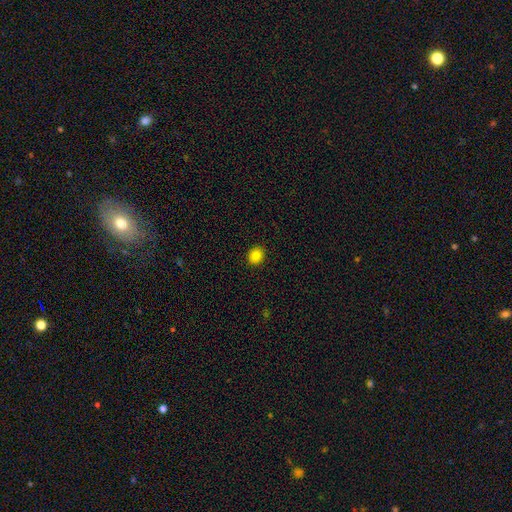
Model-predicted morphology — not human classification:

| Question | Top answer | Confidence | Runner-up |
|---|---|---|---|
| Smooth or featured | smooth | 84% | star or artifact (11%) |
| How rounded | round | 70% | in between (29%) |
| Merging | none | 91% | minor disturbance (6%) |